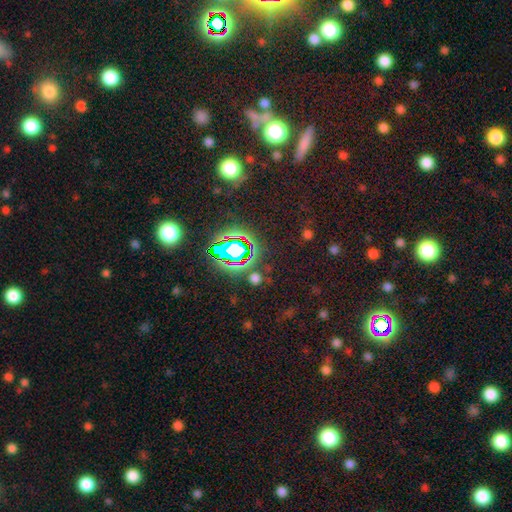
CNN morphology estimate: A star or artifact, not a galaxy (72%).